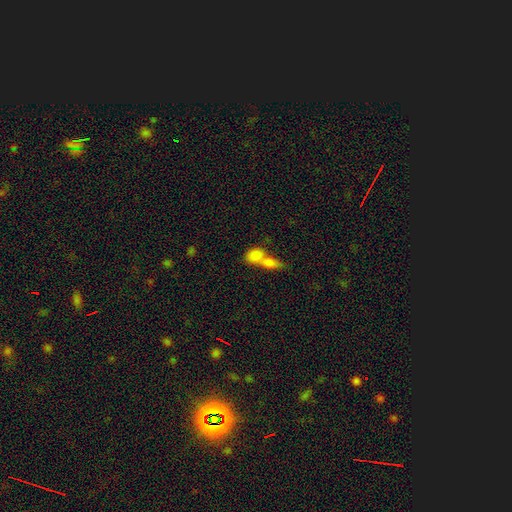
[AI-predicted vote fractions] smooth 80%, featured or disk 12%, star or artifact 8%. Down the decision tree: how rounded — in between (74%); merging — merger (71%).